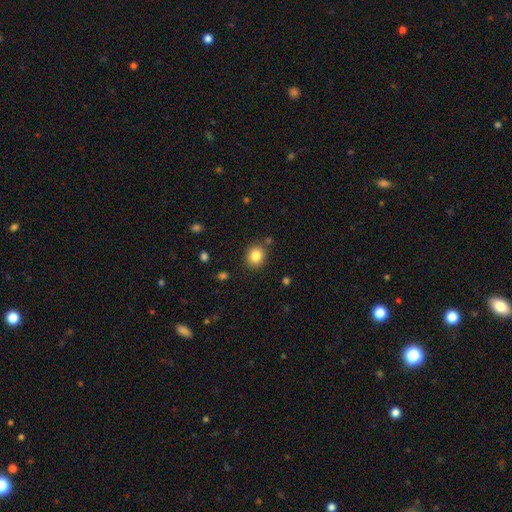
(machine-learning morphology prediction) A smooth galaxy with no disk features (84%) that is round (74%).

Vote fractions:
- Smooth or featured? smooth: 84% / star or artifact: 10% / featured or disk: 6%
- How rounded? round: 74% / in between: 25% / cigar-shaped: 1%
- Merging? none: 85% / minor disturbance: 9% / merger: 3% / major disturbance: 3%